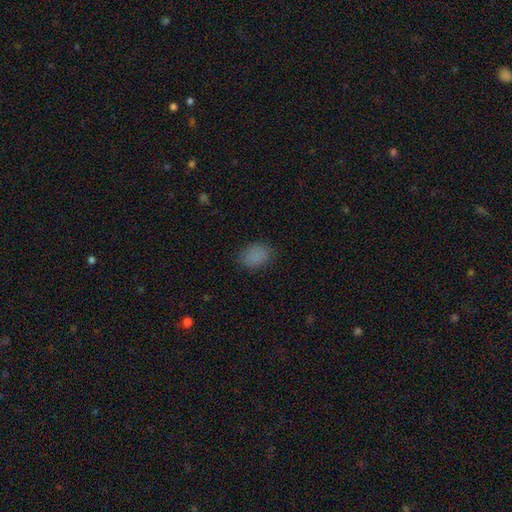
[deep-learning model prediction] This appears to be a smooth galaxy with no disk features (84%) that is in between round and cigar-shaped (75%). Merging: none (80%).